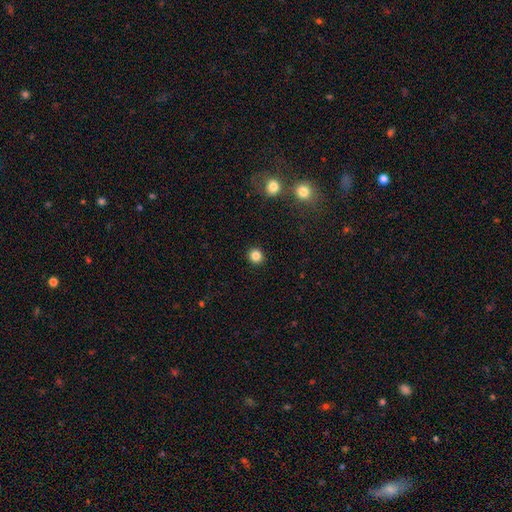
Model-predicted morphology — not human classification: smooth-or-featured: smooth: 84% | star or artifact: 12% | featured or disk: 4%
  how-rounded: round: 92% | in between: 7% | cigar-shaped: 1%
  merging: none: 93% | minor disturbance: 4% | major disturbance: 2% | merger: 1%